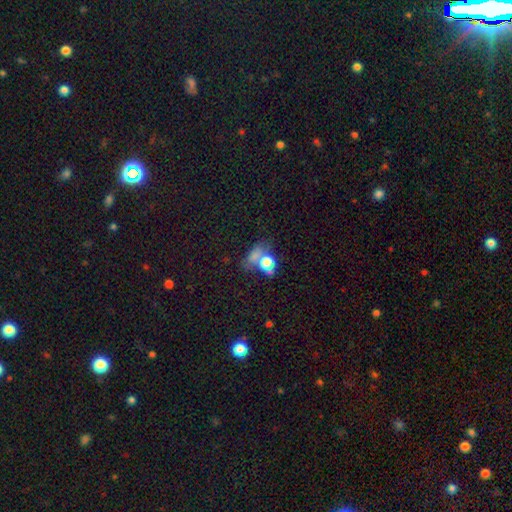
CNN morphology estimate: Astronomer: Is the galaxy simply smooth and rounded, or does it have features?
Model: smooth — 61%.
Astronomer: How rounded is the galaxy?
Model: in between — 54% (runner-up: round, 42%).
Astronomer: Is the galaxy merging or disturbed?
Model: merger — 38% (runner-up: none, 30%).